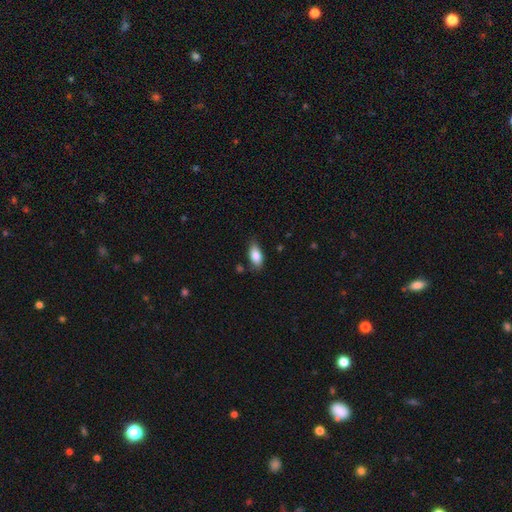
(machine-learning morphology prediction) Smooth or featured: smooth — 83% (featured or disk — 10%)
How rounded: in between — 88% (cigar-shaped — 9%)
Merging: none — 78% (minor disturbance — 17%)